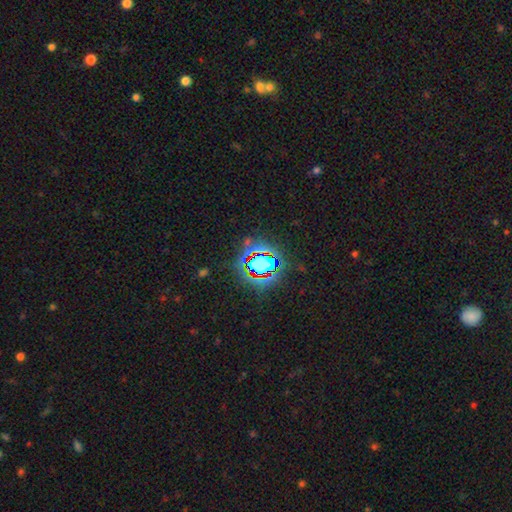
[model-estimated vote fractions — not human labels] Smooth or featured? Predicted: star or artifact (p=0.79).